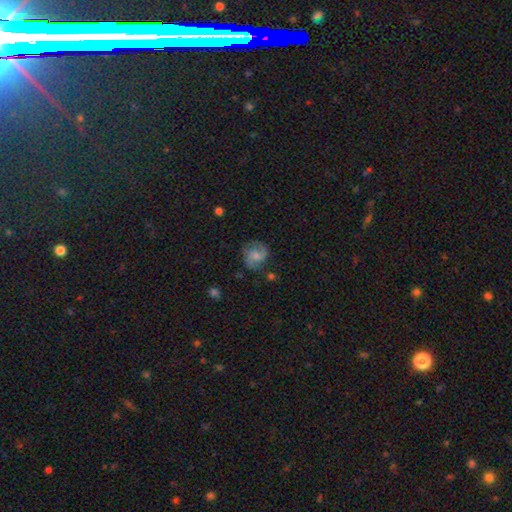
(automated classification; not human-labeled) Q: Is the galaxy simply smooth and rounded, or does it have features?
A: featured or disk — 59%.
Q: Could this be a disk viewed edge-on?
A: no — 98%.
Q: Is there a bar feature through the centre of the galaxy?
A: no — 51%.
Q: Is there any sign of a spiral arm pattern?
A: yes — 90%.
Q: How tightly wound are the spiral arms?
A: medium — 50%.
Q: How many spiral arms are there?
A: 2 — 84%.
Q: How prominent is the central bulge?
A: moderate — 39%.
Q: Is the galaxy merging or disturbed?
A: none — 69%.